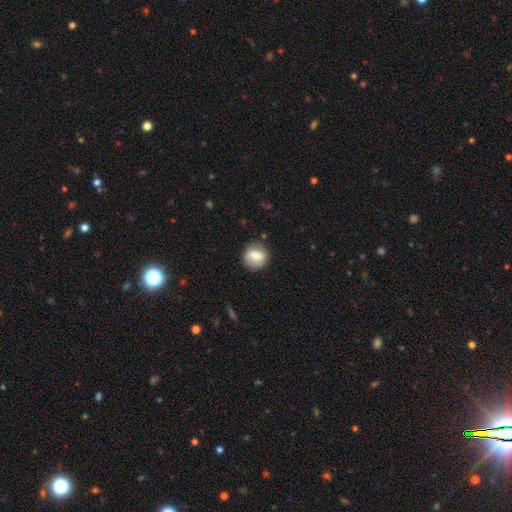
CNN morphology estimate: A smooth galaxy with no disk features (61%) that is round (80%). Merging: none (84%).